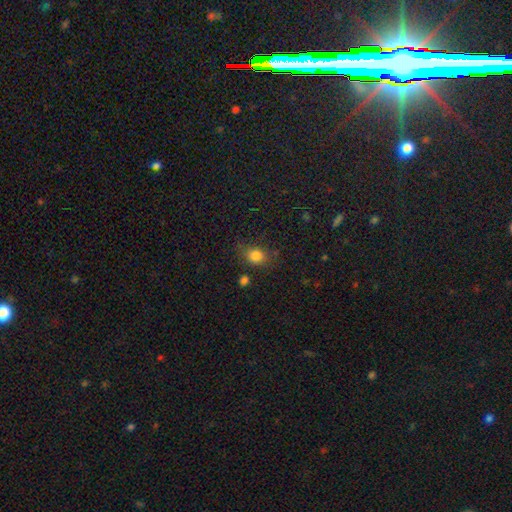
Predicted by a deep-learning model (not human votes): Smooth or featured? smooth (82%)
How rounded? round (52%)
Merging? none (69%)